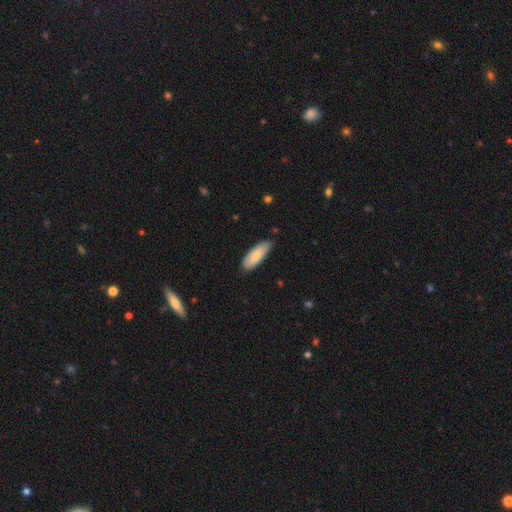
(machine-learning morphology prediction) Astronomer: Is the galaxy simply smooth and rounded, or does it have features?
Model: smooth — 78%.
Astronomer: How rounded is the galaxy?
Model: in between — 67%.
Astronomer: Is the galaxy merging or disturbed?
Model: none — 77%.